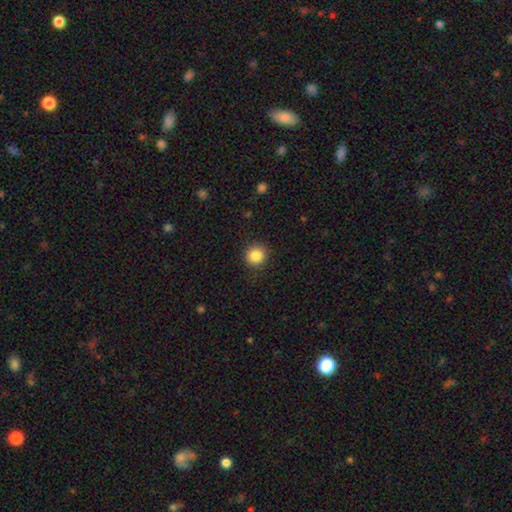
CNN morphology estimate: Smooth or featured?
  - smooth: 86% *
  - star or artifact: 10%
  - featured or disk: 4%
How rounded?
  - round: 92% *
  - in between: 7%
  - cigar-shaped: 1%
Merging?
  - none: 91% *
  - minor disturbance: 6%
  - major disturbance: 2%
  - merger: 1%